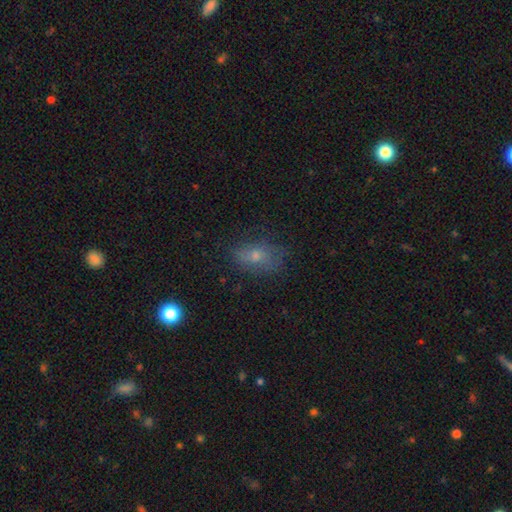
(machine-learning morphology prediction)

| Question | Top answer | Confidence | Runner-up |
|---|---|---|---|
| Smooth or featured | smooth | 59% | featured or disk (25%) |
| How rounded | in between | 79% | round (17%) |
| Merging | none | 67% | minor disturbance (22%) |